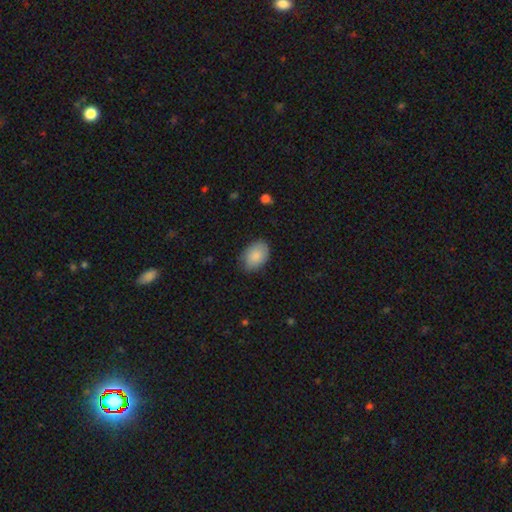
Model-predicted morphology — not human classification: This is clearly a smooth galaxy (86%). How rounded: clearly in between (83%). Merging: likely none (78%).